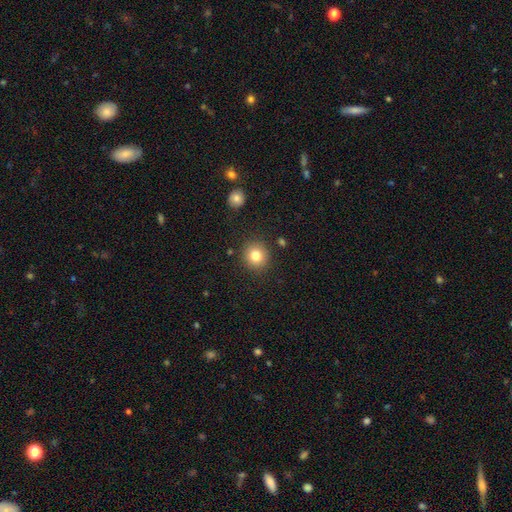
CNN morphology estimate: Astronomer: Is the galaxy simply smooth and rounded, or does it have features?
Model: smooth — 81%.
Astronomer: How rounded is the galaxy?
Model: round — 89%.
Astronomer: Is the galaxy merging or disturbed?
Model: none — 88%.